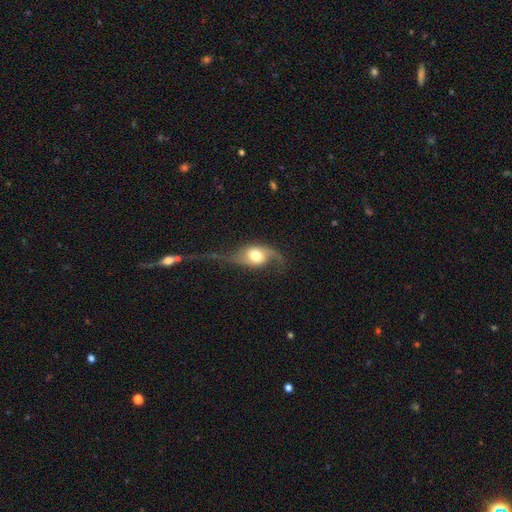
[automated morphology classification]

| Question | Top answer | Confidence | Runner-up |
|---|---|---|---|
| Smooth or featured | featured or disk | 58% | smooth (35%) |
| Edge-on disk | no | 90% | yes (10%) |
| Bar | no | 70% | weak (23%) |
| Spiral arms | yes | 80% | no (20%) |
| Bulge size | moderate | 52% | large (34%) |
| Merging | major disturbance | 46% | none (28%) |